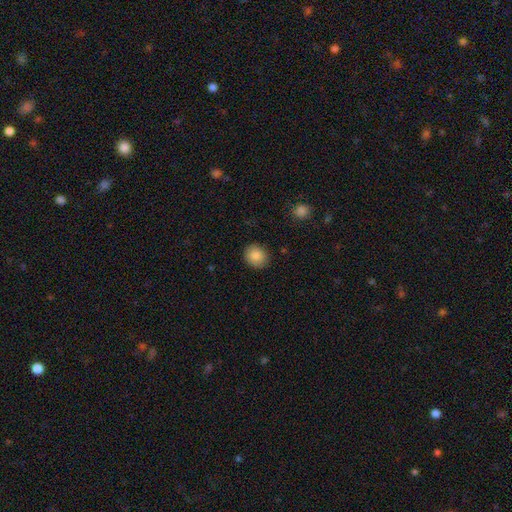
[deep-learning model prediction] Smooth or featured? Predicted: smooth (p=0.87). How rounded? Predicted: round (p=0.70). Merging? Predicted: none (p=0.87).